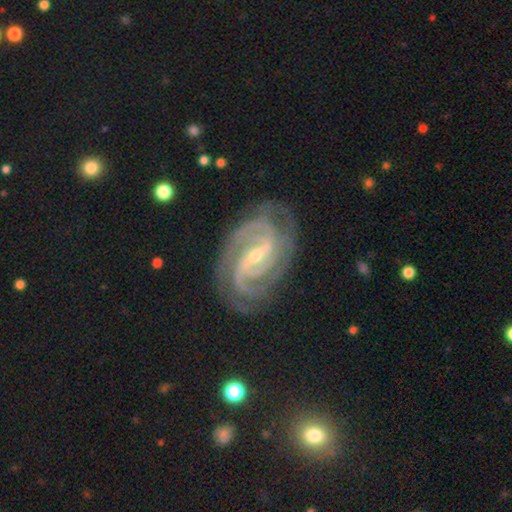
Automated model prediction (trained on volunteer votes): smooth_or_featured: featured or disk (p=0.92) [alt: star or artifact p=0.05]
disk_edge_on: no (p=0.97) [alt: yes p=0.03]
bar: strong (p=0.50) [alt: weak p=0.37]
has_spiral_arms: yes (p=0.99) [alt: no p=0.01]
spiral_winding: tight (p=0.58) [alt: medium p=0.36]
spiral_arm_count: 2 (p=0.40) [alt: 3 p=0.29]
bulge_size: small (p=0.66) [alt: moderate p=0.31]
merging: none (p=0.79) [alt: minor disturbance p=0.15]